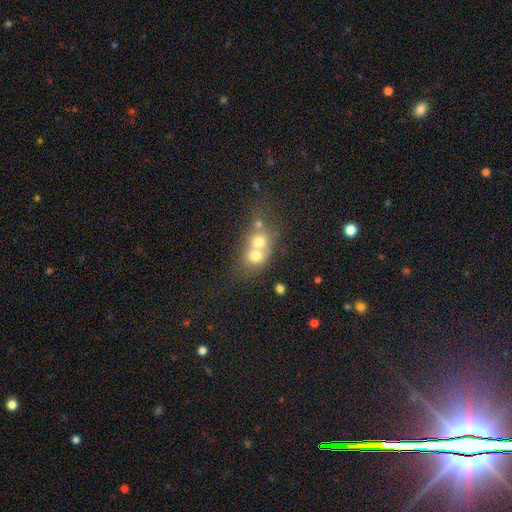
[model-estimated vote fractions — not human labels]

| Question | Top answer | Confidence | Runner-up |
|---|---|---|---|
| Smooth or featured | smooth | 66% | featured or disk (23%) |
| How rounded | round | 67% | in between (32%) |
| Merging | merger | 70% | none (21%) |